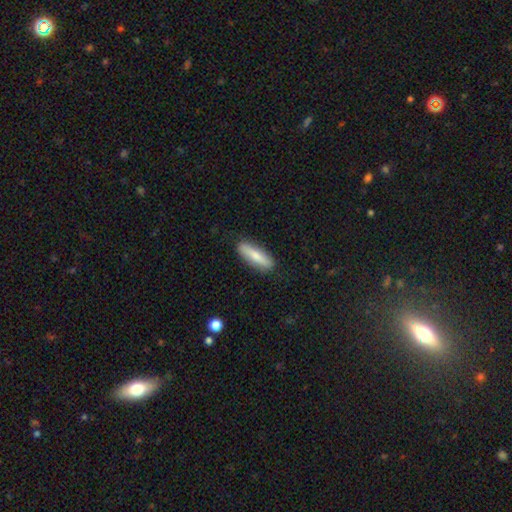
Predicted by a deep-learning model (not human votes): The model was most divided on "how rounded": cigar-shaped: 62%, in between: 36%, round: 2%. More confident: merging — none (87%); smooth or featured — smooth (71%).